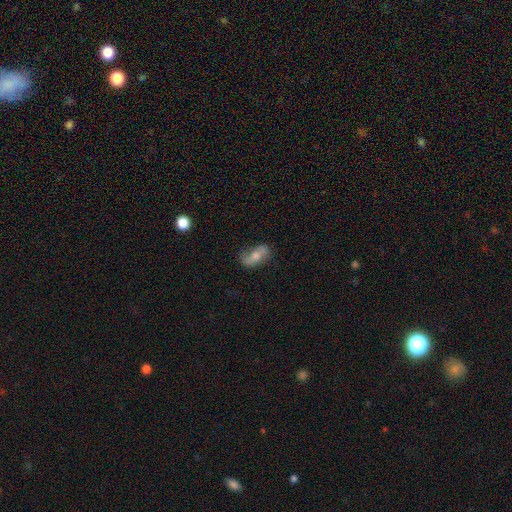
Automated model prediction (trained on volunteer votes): Overall: featured or disk (47%; smooth 45%). Merging: none (67%).